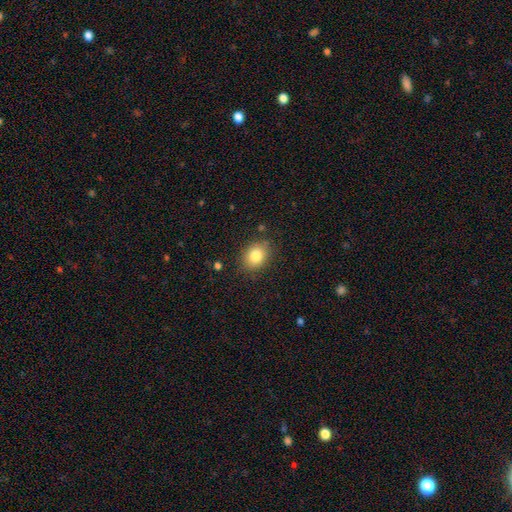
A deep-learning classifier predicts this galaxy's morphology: smooth-or-featured: smooth: 82% | star or artifact: 9% | featured or disk: 8%
  how-rounded: in between: 59% | round: 40% | cigar-shaped: 1%
  merging: none: 83% | minor disturbance: 12% | major disturbance: 3% | merger: 2%